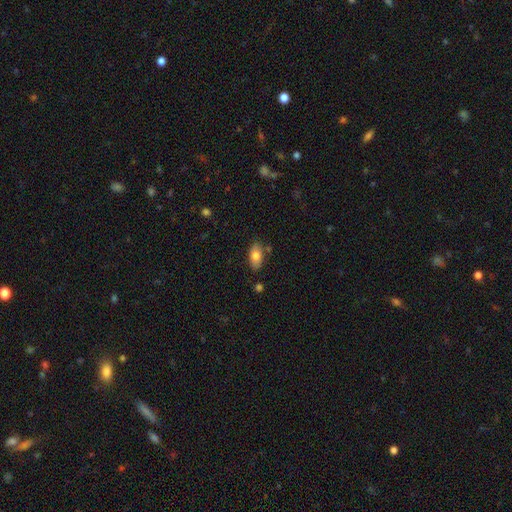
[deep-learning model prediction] A smooth galaxy with no disk features (77%) that is in between round and cigar-shaped (92%). Merging: none (78%).